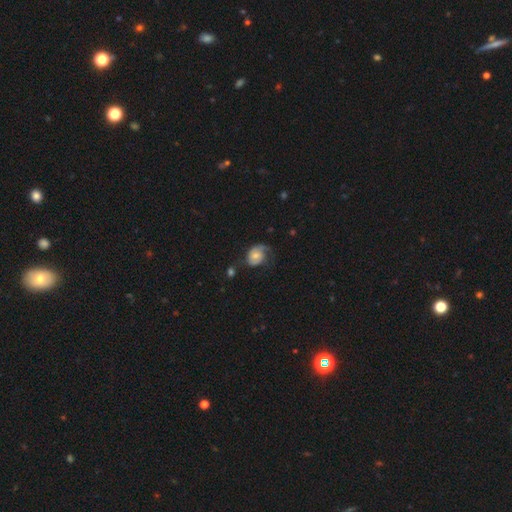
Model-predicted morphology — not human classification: Smooth or featured?
  - featured or disk: 63% *
  - smooth: 30%
  - star or artifact: 7%
Edge-on disk?
  - no: 97% *
  - yes: 3%
Bar?
  - no: 68% *
  - weak: 27%
  - strong: 5%
Spiral arms?
  - yes: 89% *
  - no: 11%
Spiral winding?
  - medium: 38% *
  - tight: 34%
  - loose: 29%
Spiral arm count?
  - 2: 45% *
  - 1: 42%
  - can't tell: 10%
  - 3: 2%
  - 4: 1%
  - more than 4: 1%
Bulge size?
  - moderate: 46% *
  - small: 42%
  - large: 6%
  - none: 5%
  - dominant: 2%
Merging?
  - none: 47% *
  - minor disturbance: 27%
  - major disturbance: 23%
  - merger: 3%